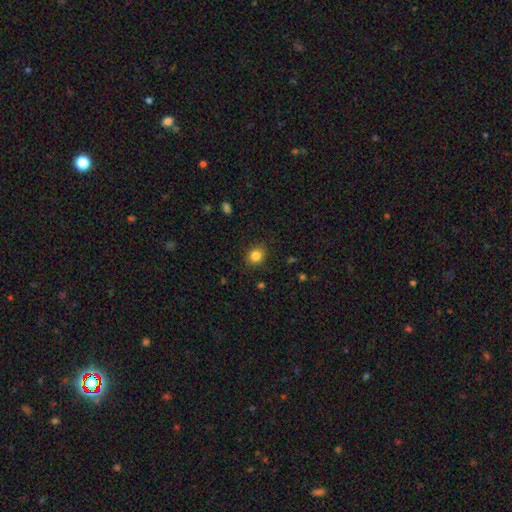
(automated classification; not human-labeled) Overall: smooth (84%). How rounded: round (63%; in between 36%). Merging: none (87%).